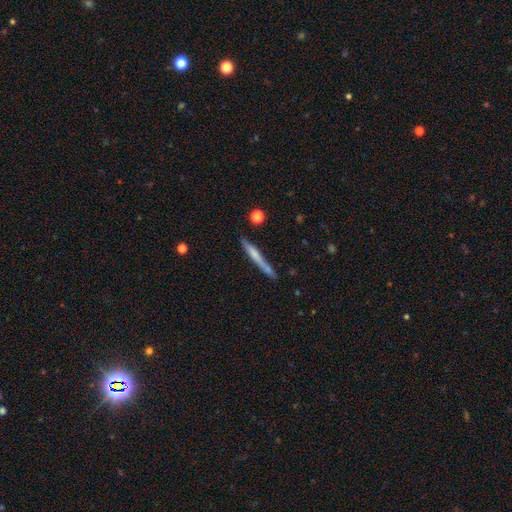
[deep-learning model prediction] Smooth or featured?
  - smooth: 50% *
  - featured or disk: 43%
  - star or artifact: 7%
How rounded?
  - cigar-shaped: 96% *
  - in between: 3%
  - round: 2%
Merging?
  - none: 79% *
  - minor disturbance: 14%
  - merger: 4%
  - major disturbance: 3%